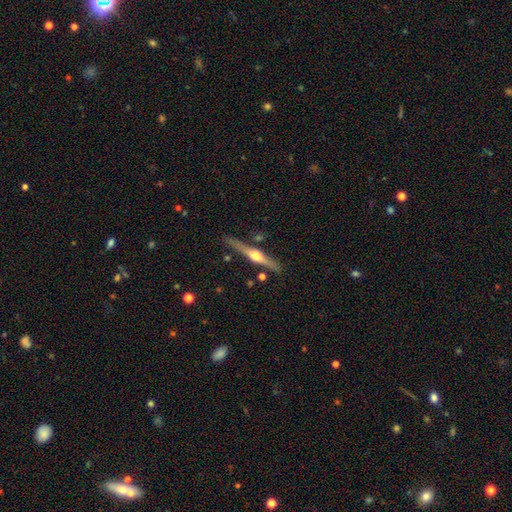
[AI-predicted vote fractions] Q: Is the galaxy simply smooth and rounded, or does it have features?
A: featured or disk — 76%.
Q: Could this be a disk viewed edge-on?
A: yes — 98%.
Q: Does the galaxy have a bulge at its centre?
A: rounded — 94%.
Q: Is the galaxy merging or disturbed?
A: none — 83%.